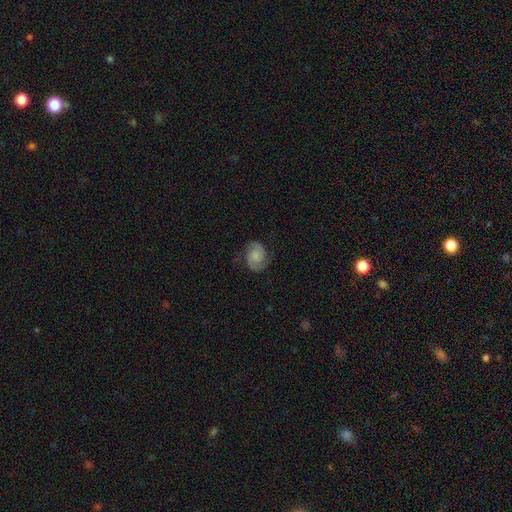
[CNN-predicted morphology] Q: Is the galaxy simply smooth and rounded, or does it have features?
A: featured or disk — 60%.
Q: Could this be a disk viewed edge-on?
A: no — 98%.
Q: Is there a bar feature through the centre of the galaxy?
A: no — 69%.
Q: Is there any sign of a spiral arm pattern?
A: yes — 94%.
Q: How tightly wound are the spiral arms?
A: medium — 46%.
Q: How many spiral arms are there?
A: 2 — 90%.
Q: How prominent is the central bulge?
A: none — 40%.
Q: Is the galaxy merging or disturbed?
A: none — 77%.